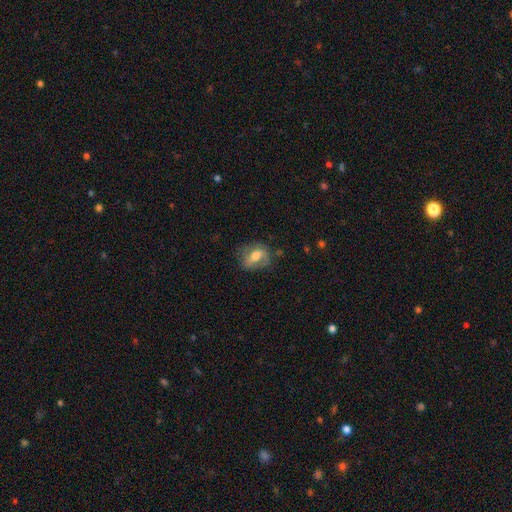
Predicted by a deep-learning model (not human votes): Smooth or featured: featured or disk — 47% (smooth — 45%)
Merging: none — 58% (minor disturbance — 26%)